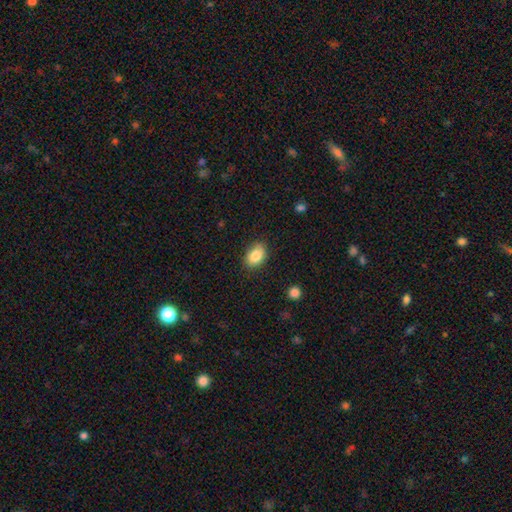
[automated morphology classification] Overall: smooth (85%). How rounded: in between (80%). Merging: none (81%).